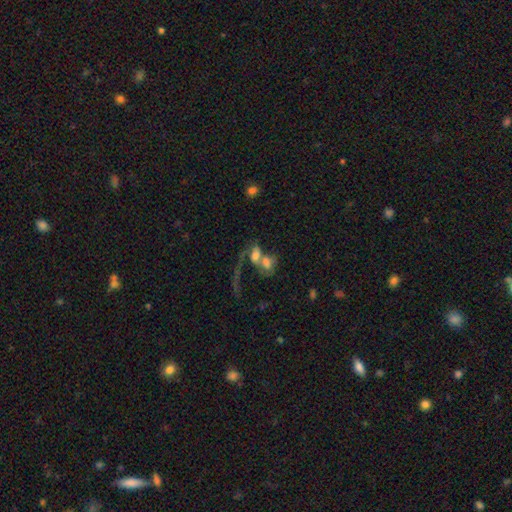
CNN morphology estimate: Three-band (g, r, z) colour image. It shows a smooth galaxy with no disk features (53%) that is in between round and cigar-shaped (78%). Merging: merger (69%).